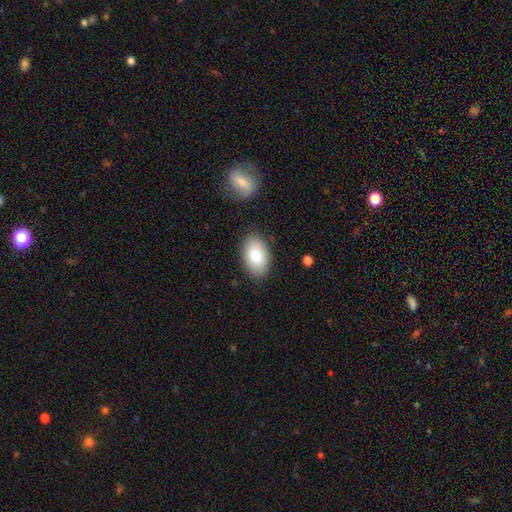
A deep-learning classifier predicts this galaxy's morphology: This appears to be a smooth galaxy with no disk features (81%) that is in between round and cigar-shaped (92%). Merging: none (85%).